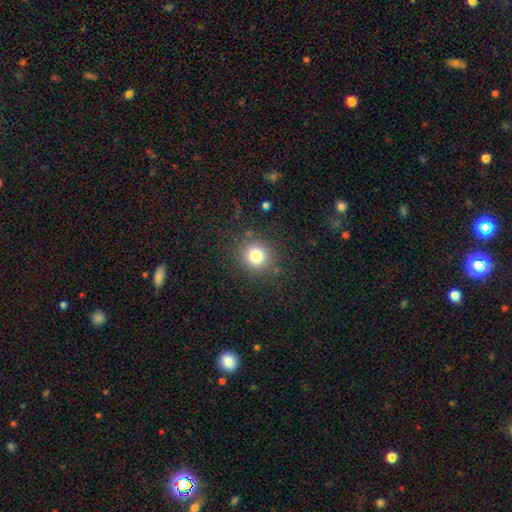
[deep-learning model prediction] The model was most divided on "smooth or featured": smooth: 78%, star or artifact: 13%, featured or disk: 8%. More confident: how rounded — round (89%); merging — none (86%).